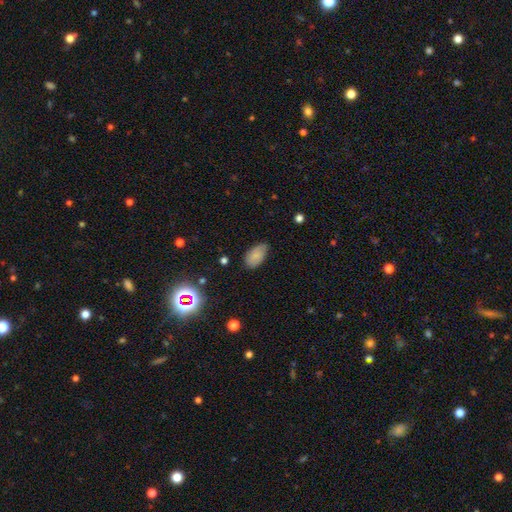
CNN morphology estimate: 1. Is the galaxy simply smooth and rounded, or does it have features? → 79% smooth, 11% featured or disk, 10% star or artifact.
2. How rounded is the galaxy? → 94% in between, 4% round, 2% cigar-shaped.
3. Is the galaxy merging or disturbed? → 73% none, 22% minor disturbance, 4% major disturbance, 1% merger.